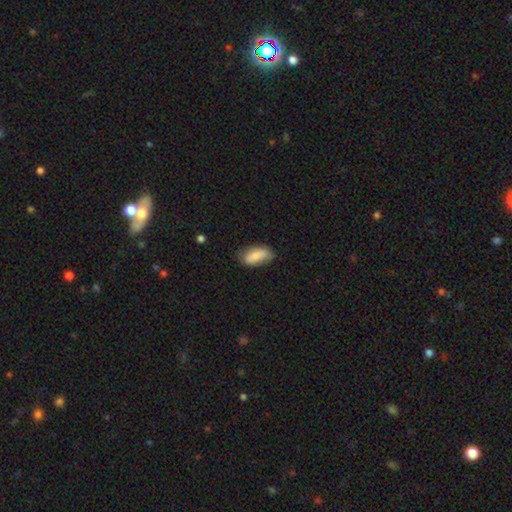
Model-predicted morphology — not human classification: A smooth galaxy with no disk features (83%) that is in between round and cigar-shaped (85%).

Vote fractions:
- Smooth or featured? smooth: 83% / featured or disk: 11% / star or artifact: 6%
- How rounded? in between: 85% / cigar-shaped: 13% / round: 3%
- Merging? none: 67% / minor disturbance: 26% / major disturbance: 5% / merger: 2%